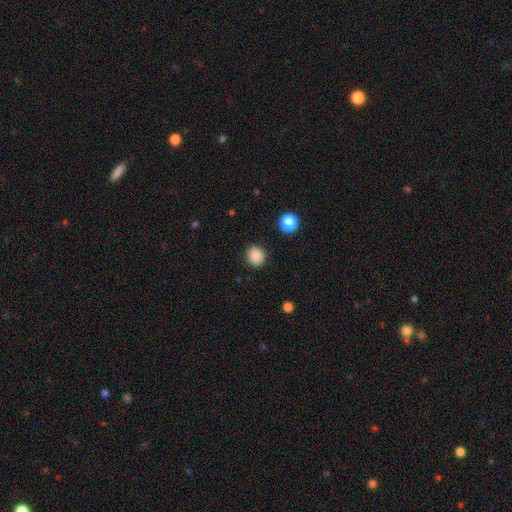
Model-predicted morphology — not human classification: type=smooth (87%); roundness=round (84%); merging=none (90%).